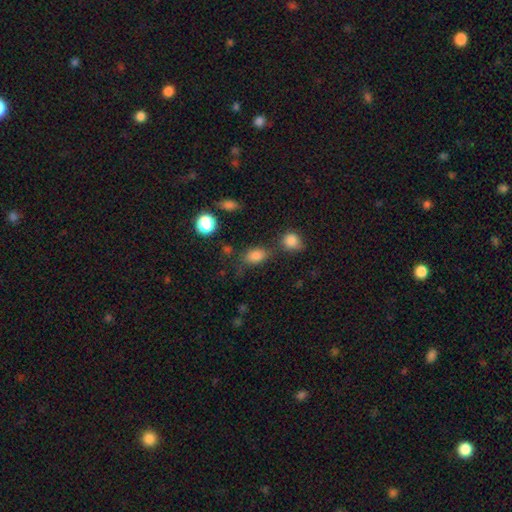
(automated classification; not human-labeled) Smooth or featured?
  - smooth: 81% *
  - star or artifact: 12%
  - featured or disk: 6%
How rounded?
  - in between: 80% *
  - round: 18%
  - cigar-shaped: 3%
Merging?
  - none: 60% *
  - minor disturbance: 19%
  - merger: 14%
  - major disturbance: 7%